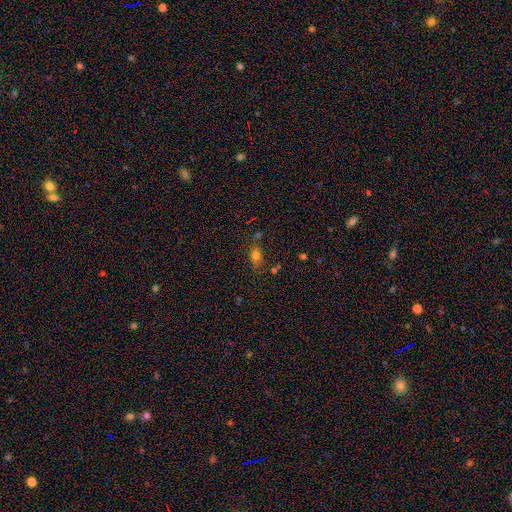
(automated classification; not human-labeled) smooth-or-featured: smooth: 74% | star or artifact: 17% | featured or disk: 9%
  how-rounded: in between: 73% | round: 24% | cigar-shaped: 4%
  merging: none: 70% | minor disturbance: 16% | merger: 9% | major disturbance: 5%